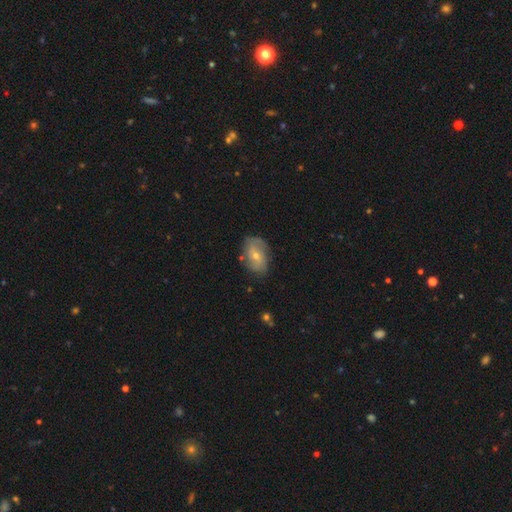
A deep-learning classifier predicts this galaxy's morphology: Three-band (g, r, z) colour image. It shows a featured or disk galaxy (58%) with no bar (62%), spiral arms (79%) and a small central bulge (57%). Merging: none (74%).